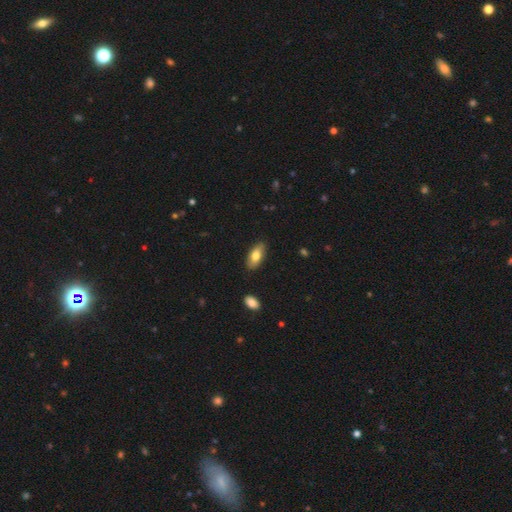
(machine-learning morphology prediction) Q: Smooth or featured?
A: smooth (77%); runner-up: featured or disk (17%)
Q: How rounded?
A: in between (89%); runner-up: cigar-shaped (9%)
Q: Merging?
A: none (85%); runner-up: minor disturbance (12%)